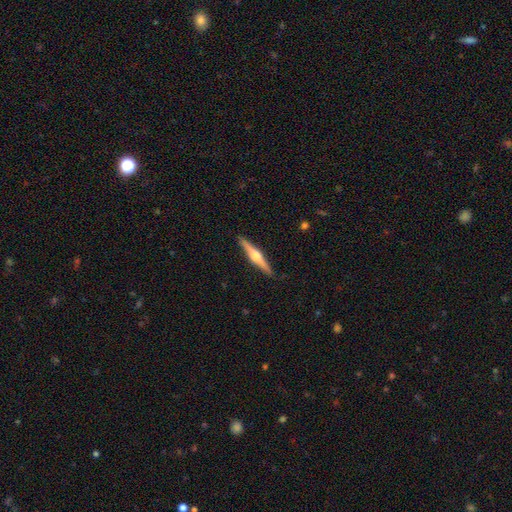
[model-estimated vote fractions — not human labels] A featured or disk galaxy (73%) viewed edge-on (98%) with a rounded central bulge (94%).

Vote fractions:
- Smooth or featured? featured or disk: 73% / smooth: 22% / star or artifact: 5%
- Edge-on disk? yes: 98% / no: 2%
- Edge-on bulge? rounded: 94% / boxy: 4% / none: 2%
- Merging? none: 91% / minor disturbance: 6% / major disturbance: 1% / merger: 1%